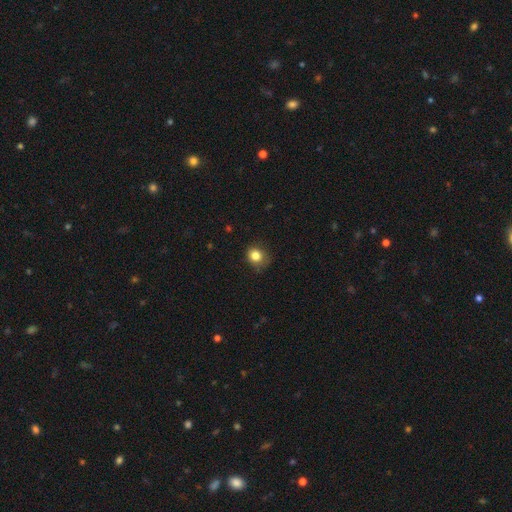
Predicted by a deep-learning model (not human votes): smooth 82%, star or artifact 11%, featured or disk 7%. Down the decision tree: how rounded — round (76%); merging — none (70%).